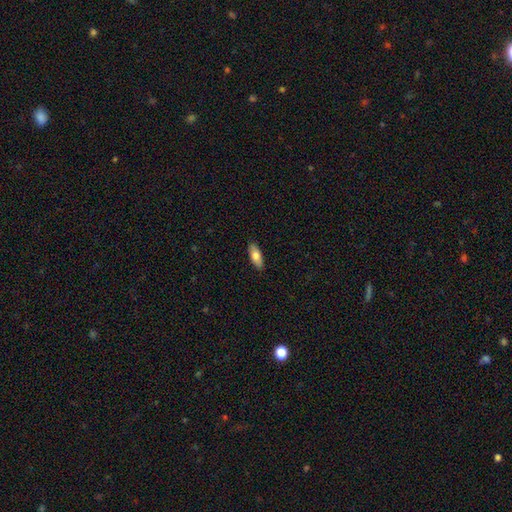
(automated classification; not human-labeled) A smooth galaxy with no disk features (77%) that is in between round and cigar-shaped (76%).

Vote fractions:
- Smooth or featured? smooth: 77% / featured or disk: 17% / star or artifact: 6%
- How rounded? in between: 76% / cigar-shaped: 21% / round: 2%
- Merging? none: 89% / minor disturbance: 9% / major disturbance: 2% / merger: 1%